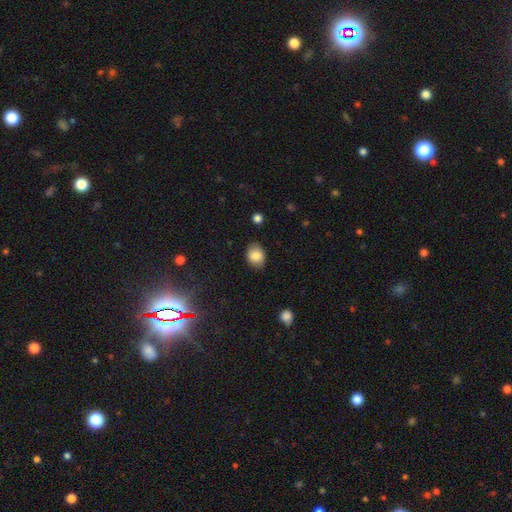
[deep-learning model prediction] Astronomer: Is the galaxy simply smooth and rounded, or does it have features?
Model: smooth — 84%.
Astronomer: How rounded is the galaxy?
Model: in between — 65%.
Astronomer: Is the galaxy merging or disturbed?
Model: none — 83%.